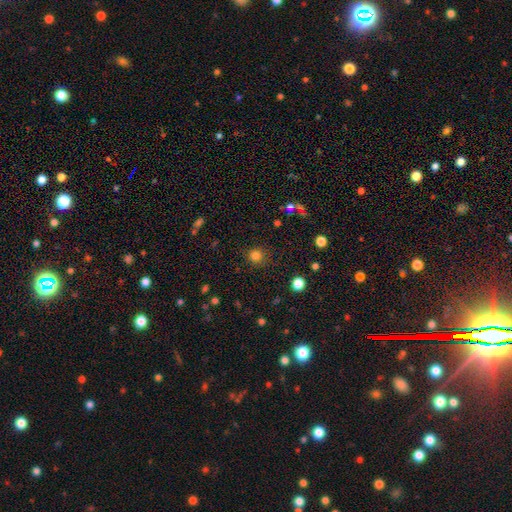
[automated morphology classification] This appears to be a smooth galaxy with no disk features (80%) that is round (91%). Merging: none (87%).